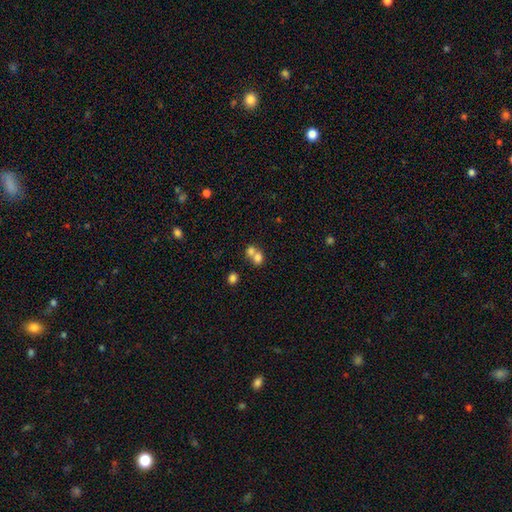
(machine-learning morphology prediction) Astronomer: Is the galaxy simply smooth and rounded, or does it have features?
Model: smooth — 75%.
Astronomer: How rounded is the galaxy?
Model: round — 62% (runner-up: in between, 37%).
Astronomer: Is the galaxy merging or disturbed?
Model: merger — 64%.